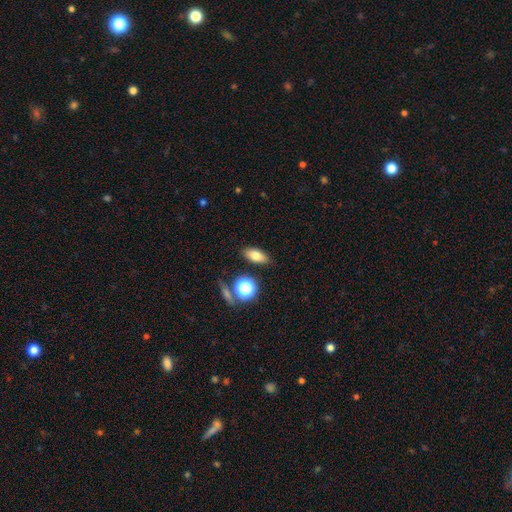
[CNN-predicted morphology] type=smooth (72%); roundness=in between (77%); merging=none (84%).